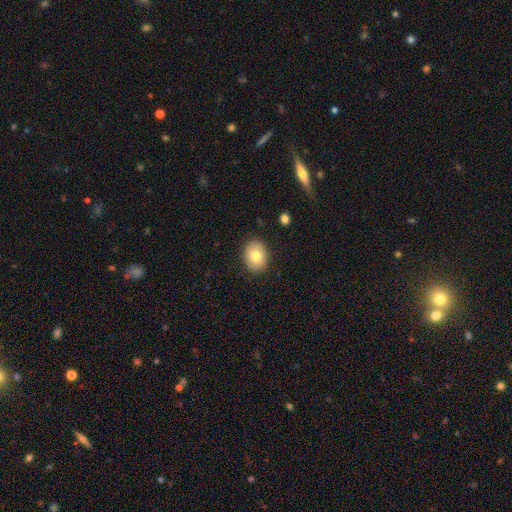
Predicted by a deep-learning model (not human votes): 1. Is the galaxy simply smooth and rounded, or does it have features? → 78% smooth, 14% featured or disk, 8% star or artifact.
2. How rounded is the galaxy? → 53% round, 46% in between, 1% cigar-shaped.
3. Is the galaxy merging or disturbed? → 88% none, 9% minor disturbance, 2% major disturbance, 1% merger.